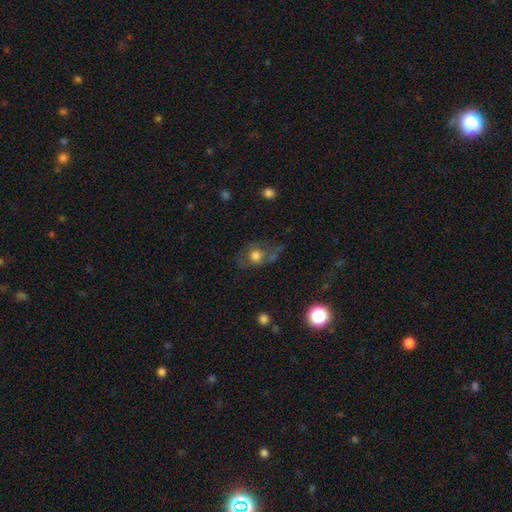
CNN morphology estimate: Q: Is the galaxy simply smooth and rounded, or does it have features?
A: smooth — 62%.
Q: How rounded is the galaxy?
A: round — 51%.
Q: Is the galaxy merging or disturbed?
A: none — 44%.